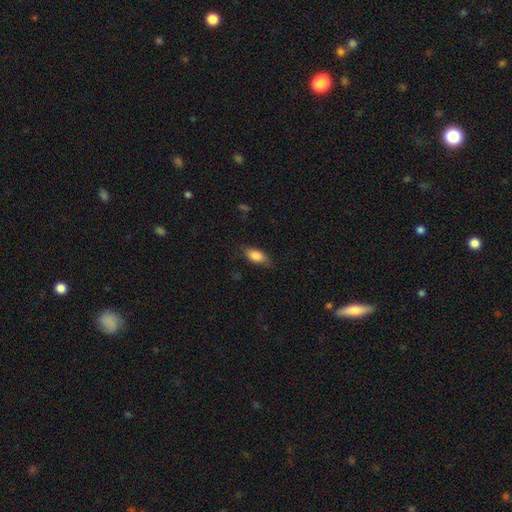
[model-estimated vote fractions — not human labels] Smooth or featured? smooth (84%)
How rounded? in between (87%)
Merging? none (78%)